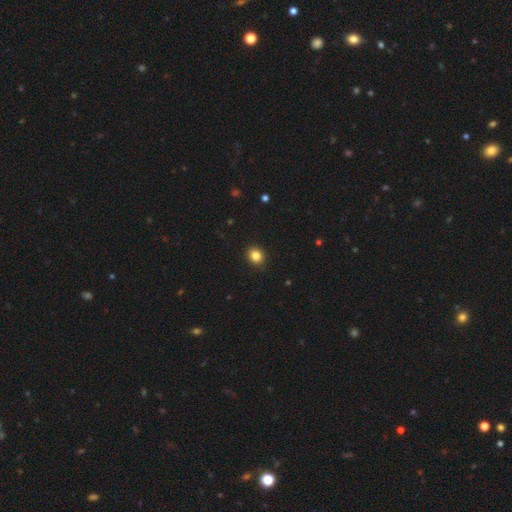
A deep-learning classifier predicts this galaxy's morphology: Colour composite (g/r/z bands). It shows a smooth galaxy with no disk features (84%) that is round (73%). Merging: none (91%).